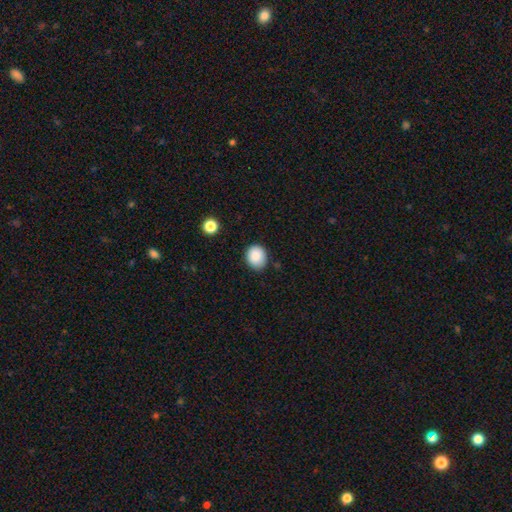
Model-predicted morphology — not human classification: A smooth galaxy with no disk features (87%) that is round (60%). Merging: none (82%).